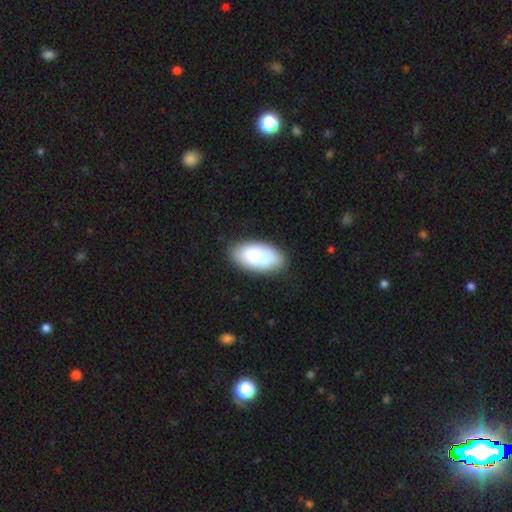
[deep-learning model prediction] Morphology: type=smooth (77%); roundness=in between (95%); merging=none (73%).